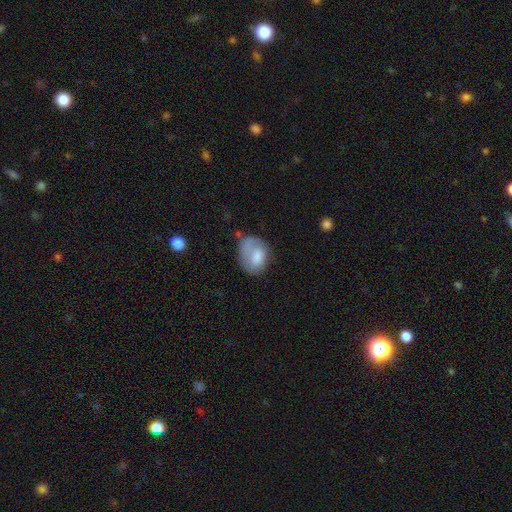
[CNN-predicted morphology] Overall: smooth (70%). How rounded: in between (65%; round 34%). Merging: none (41%; minor disturbance 29%).